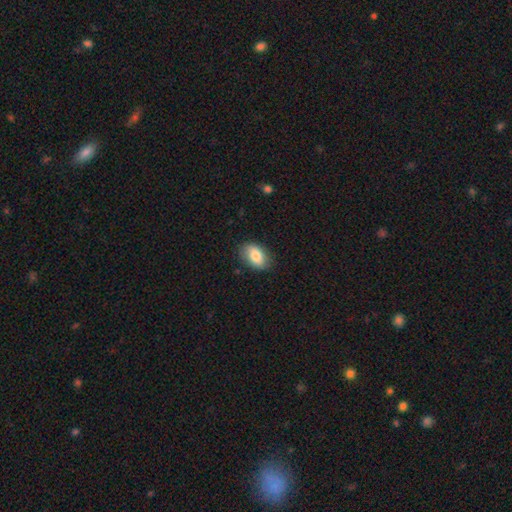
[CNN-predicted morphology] Q: Smooth or featured?
A: smooth (81%); runner-up: featured or disk (12%)
Q: How rounded?
A: in between (89%); runner-up: round (10%)
Q: Merging?
A: none (83%); runner-up: minor disturbance (13%)